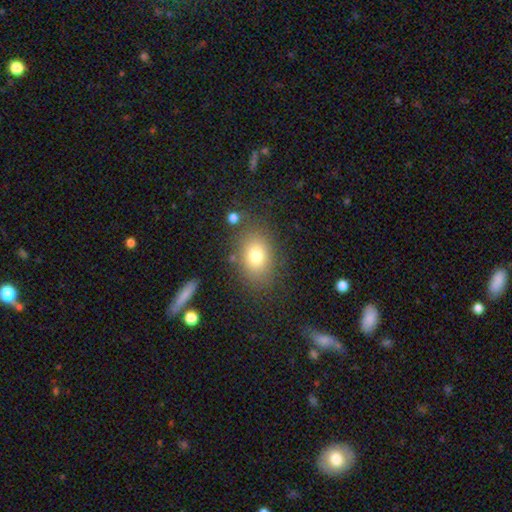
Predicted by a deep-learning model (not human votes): This appears to be a smooth galaxy with no disk features (77%) that is in between round and cigar-shaped (72%). Merging: none (78%).